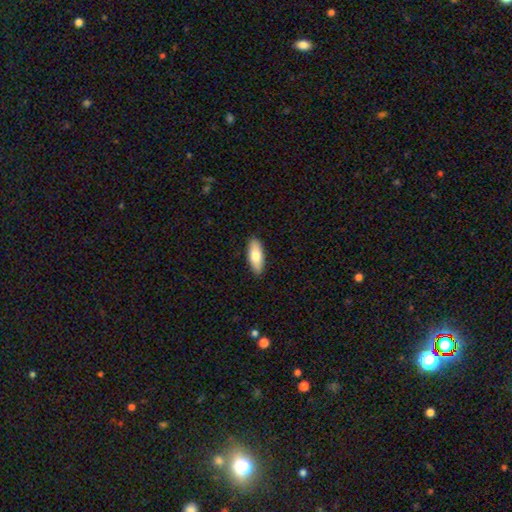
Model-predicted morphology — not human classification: type=smooth (75%); roundness=in between (76%); merging=none (90%).